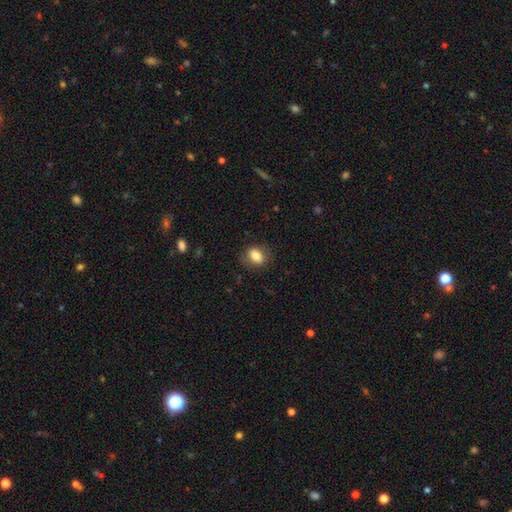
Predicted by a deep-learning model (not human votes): This appears to be a smooth galaxy with no disk features (83%) that is in between round and cigar-shaped (73%). Merging: none (78%).